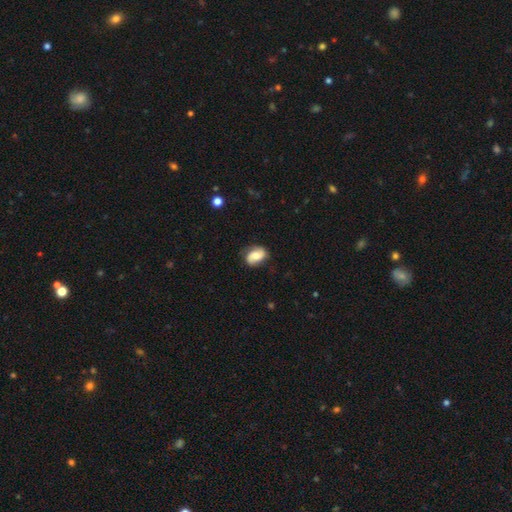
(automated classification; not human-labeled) smooth-or-featured: featured or disk: 48% | smooth: 44% | star or artifact: 8%
  merging: none: 71% | minor disturbance: 21% | major disturbance: 6% | merger: 1%